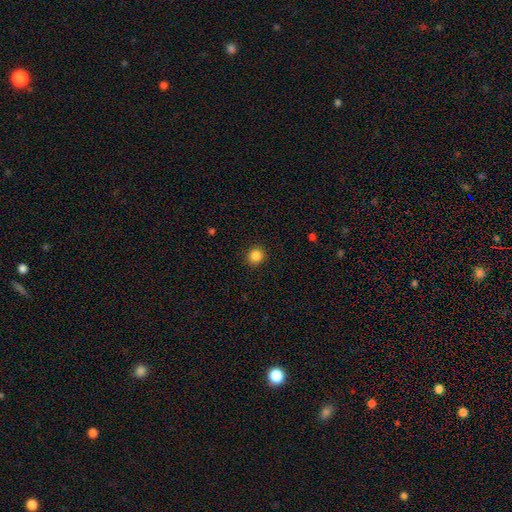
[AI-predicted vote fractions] Morphology: type=smooth (86%); roundness=round (90%); merging=none (92%).